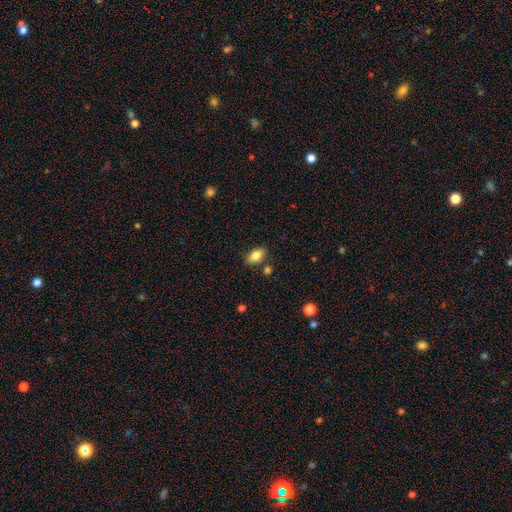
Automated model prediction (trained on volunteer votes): Q: Smooth or featured?
A: smooth (81%); runner-up: featured or disk (10%)
Q: How rounded?
A: in between (87%); runner-up: round (10%)
Q: Merging?
A: none (81%); runner-up: minor disturbance (12%)